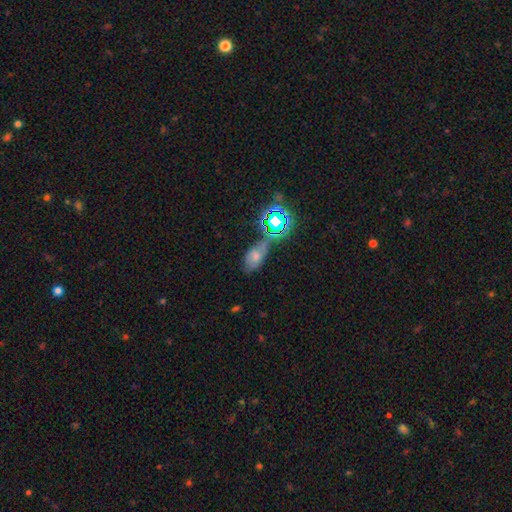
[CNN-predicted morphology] A star or artifact, not a galaxy (48%).

Vote fractions:
- Smooth or featured? star or artifact: 48% / smooth: 29% / featured or disk: 23%